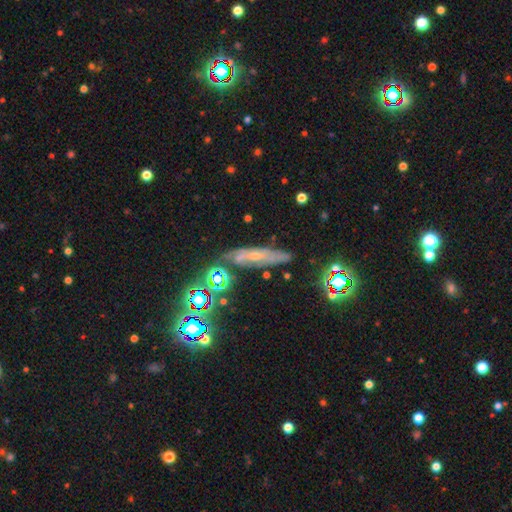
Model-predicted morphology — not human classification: Smooth or featured? featured or disk (50%)
Merging? none (70%)